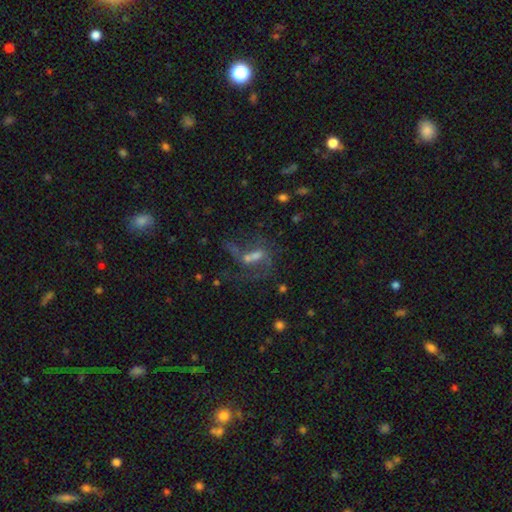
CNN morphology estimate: Smooth or featured? Predicted: featured or disk (p=0.53). Edge-on disk? Predicted: no (p=0.90). Merging? Predicted: none (p=0.48).